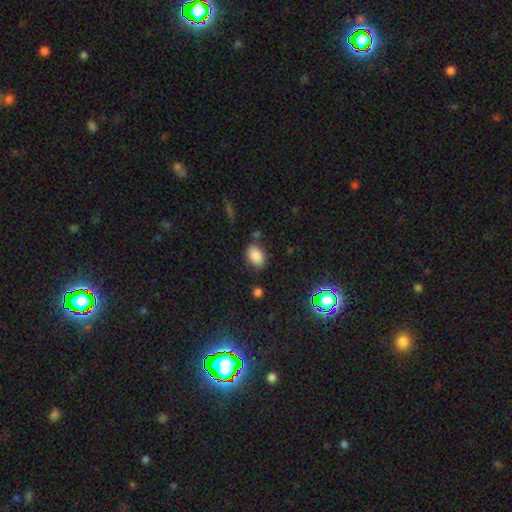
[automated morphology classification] This is clearly a smooth galaxy (84%). How rounded: clearly in between (83%). Merging: likely none (75%).